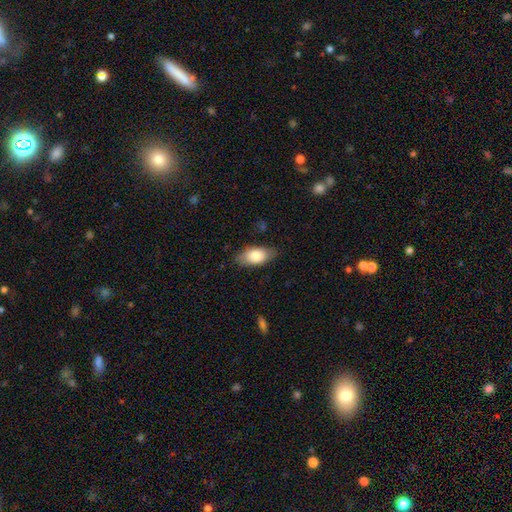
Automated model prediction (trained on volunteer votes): Smooth or featured?
  - smooth: 80% *
  - featured or disk: 14%
  - star or artifact: 6%
How rounded?
  - in between: 90% *
  - cigar-shaped: 6%
  - round: 4%
Merging?
  - none: 79% *
  - minor disturbance: 17%
  - major disturbance: 4%
  - merger: 1%